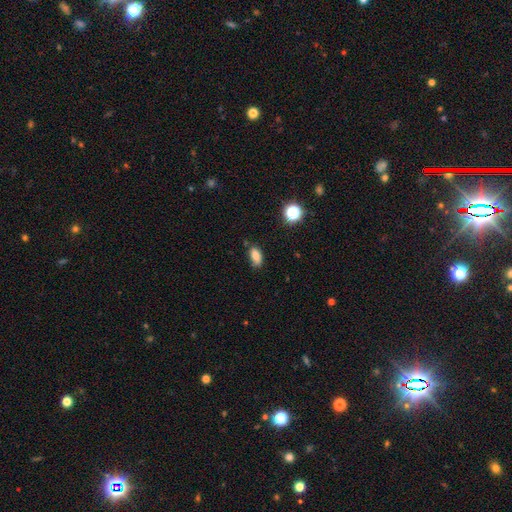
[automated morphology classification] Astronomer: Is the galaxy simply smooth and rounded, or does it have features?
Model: smooth — 80%.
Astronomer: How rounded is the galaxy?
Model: in between — 87%.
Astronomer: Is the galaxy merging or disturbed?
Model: none — 68%.